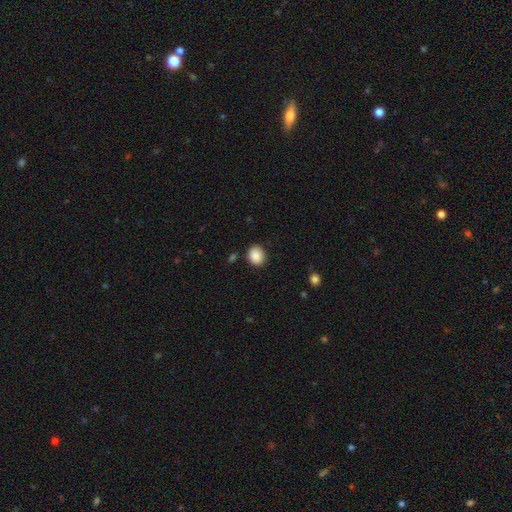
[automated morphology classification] smooth-or-featured: smooth: 88% | star or artifact: 8% | featured or disk: 4%
  how-rounded: round: 56% | in between: 43% | cigar-shaped: 1%
  merging: none: 85% | minor disturbance: 10% | major disturbance: 3% | merger: 2%